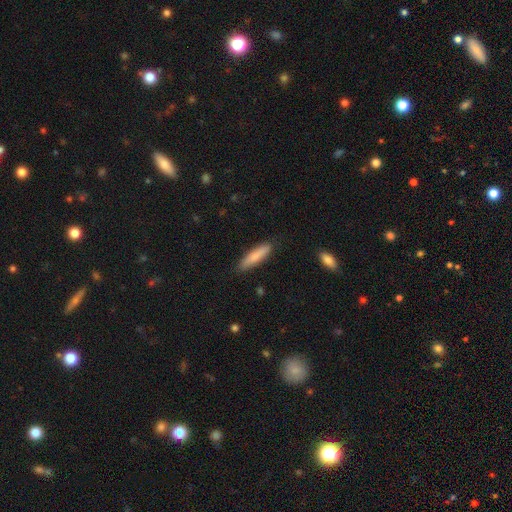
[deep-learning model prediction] Smooth or featured?
  - smooth: 81% *
  - featured or disk: 14%
  - star or artifact: 5%
How rounded?
  - cigar-shaped: 77% *
  - in between: 22%
  - round: 1%
Merging?
  - none: 85% *
  - minor disturbance: 11%
  - major disturbance: 2%
  - merger: 1%